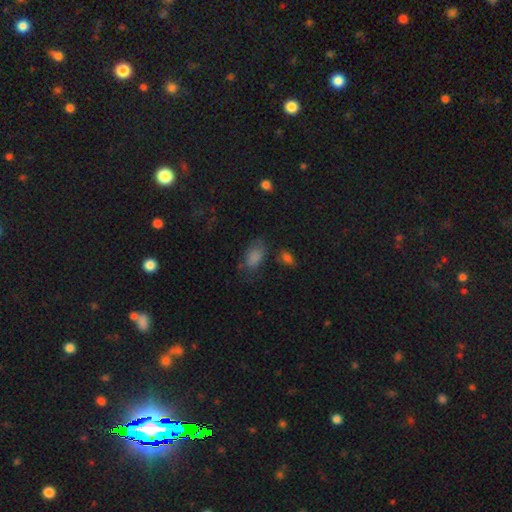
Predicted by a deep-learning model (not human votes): A smooth galaxy with no disk features (74%) that is in between round and cigar-shaped (88%).

Vote fractions:
- Smooth or featured? smooth: 74% / star or artifact: 15% / featured or disk: 10%
- How rounded? in between: 88% / round: 8% / cigar-shaped: 3%
- Merging? none: 59% / minor disturbance: 24% / major disturbance: 12% / merger: 5%